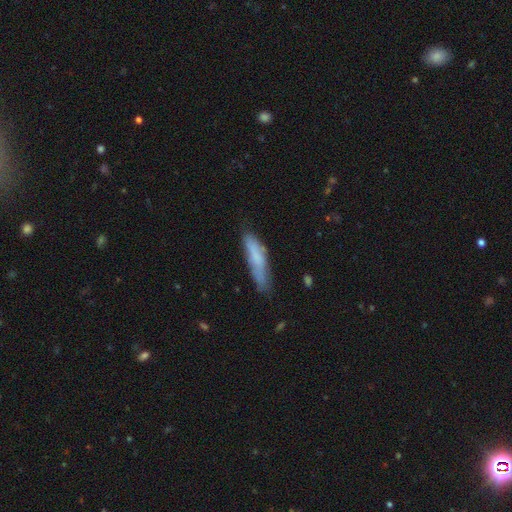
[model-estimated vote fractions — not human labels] smooth 67%, featured or disk 25%, star or artifact 7%. Down the decision tree: how rounded — cigar-shaped (81%); merging — none (68%).